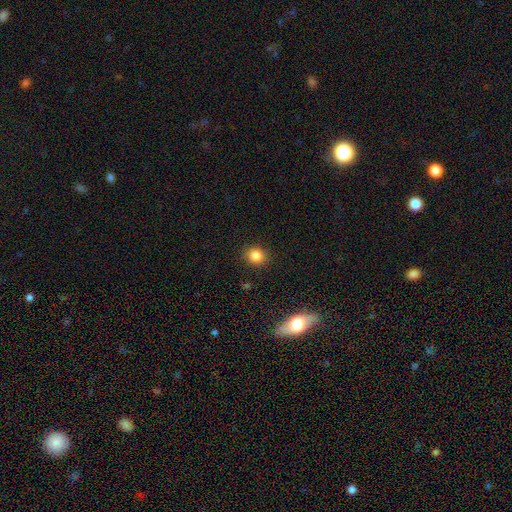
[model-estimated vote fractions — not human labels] This is clearly a smooth galaxy (84%). How rounded: clearly round (82%). Merging: clearly none (88%).